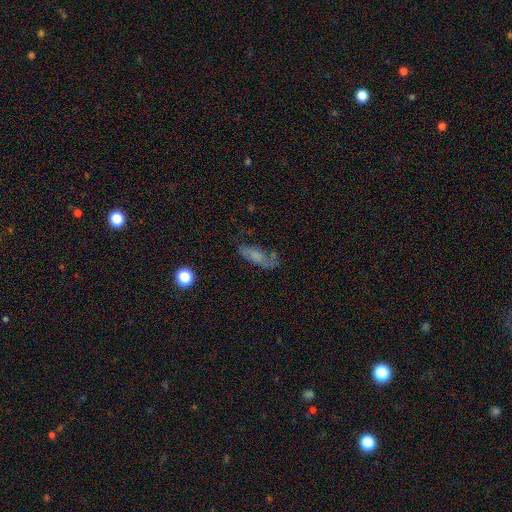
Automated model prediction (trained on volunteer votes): Smooth or featured? Predicted: smooth (p=0.59). How rounded? Predicted: in between (p=0.67). Merging? Predicted: none (p=0.55).